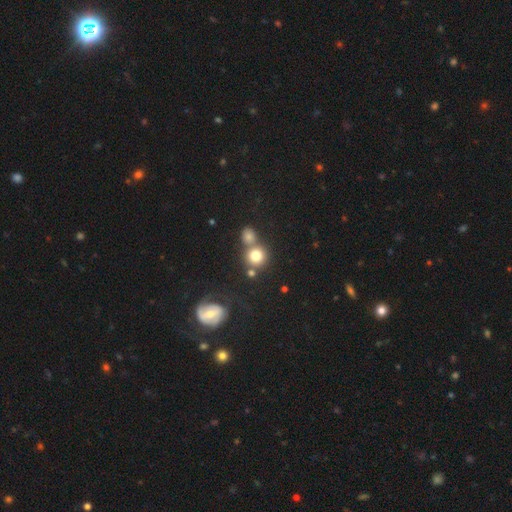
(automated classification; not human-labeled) Smooth or featured?
  - smooth: 76% *
  - star or artifact: 12%
  - featured or disk: 12%
How rounded?
  - round: 87% *
  - in between: 12%
  - cigar-shaped: 1%
Merging?
  - none: 54% *
  - merger: 33%
  - minor disturbance: 9%
  - major disturbance: 4%